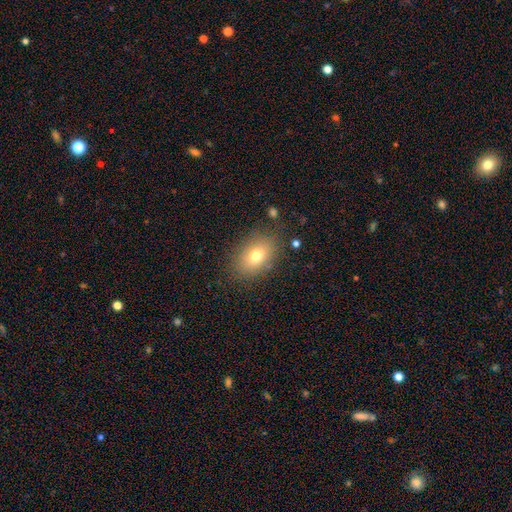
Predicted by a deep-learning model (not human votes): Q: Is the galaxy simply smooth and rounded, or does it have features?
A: smooth — 73%.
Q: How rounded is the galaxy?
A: in between — 78%.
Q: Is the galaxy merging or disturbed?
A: none — 82%.